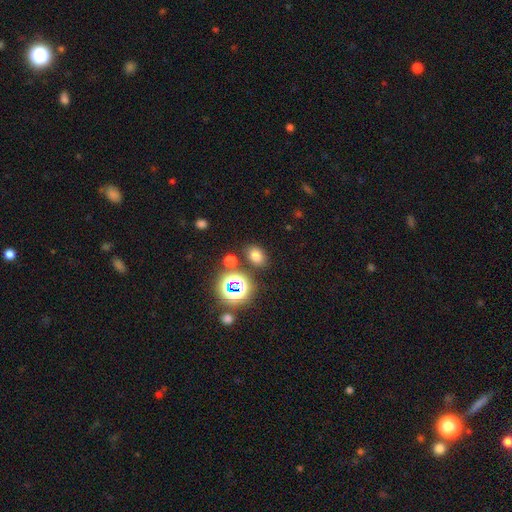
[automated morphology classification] This is likely a smooth galaxy (70%). How rounded: likely in between (67%). Merging: clearly none (81%).